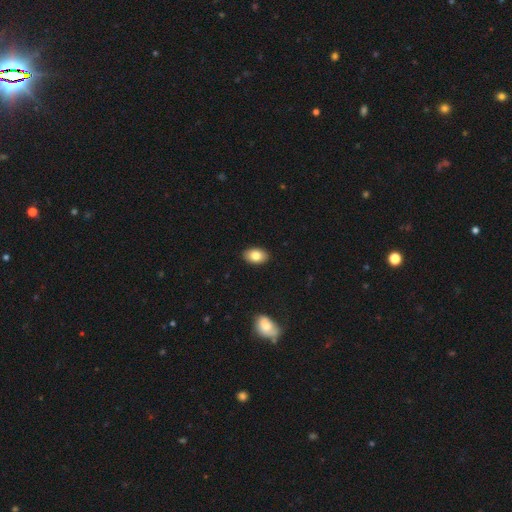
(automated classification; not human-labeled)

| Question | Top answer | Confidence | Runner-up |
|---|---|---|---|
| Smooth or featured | smooth | 83% | featured or disk (10%) |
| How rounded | in between | 90% | round (9%) |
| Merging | none | 90% | minor disturbance (7%) |